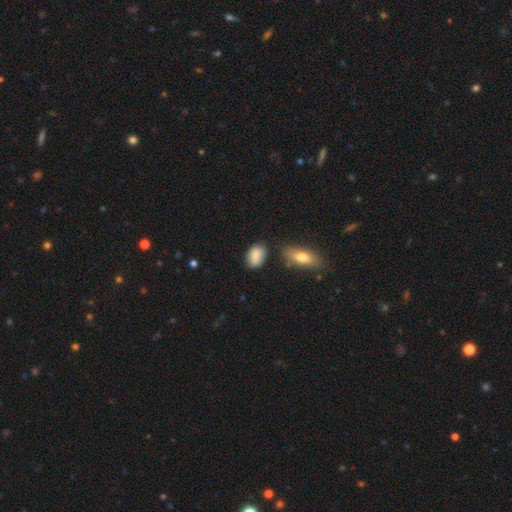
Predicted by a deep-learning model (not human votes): This appears to be a smooth galaxy with no disk features (85%) that is in between round and cigar-shaped (86%). Merging: none (70%).